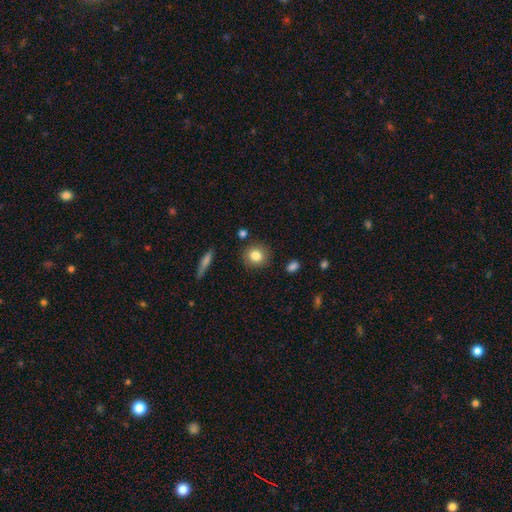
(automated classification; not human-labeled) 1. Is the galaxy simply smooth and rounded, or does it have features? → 83% smooth, 9% star or artifact, 8% featured or disk.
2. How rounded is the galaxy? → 85% round, 14% in between, 1% cigar-shaped.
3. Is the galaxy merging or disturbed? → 87% none, 9% minor disturbance, 3% merger, 2% major disturbance.